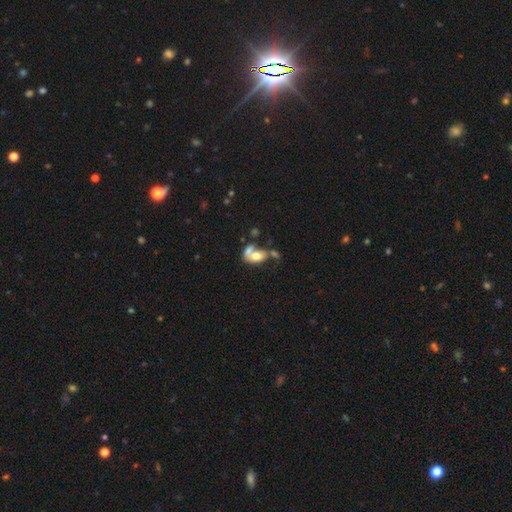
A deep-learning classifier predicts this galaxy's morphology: smooth_or_featured: smooth (p=0.61) [alt: featured or disk p=0.31]
how_rounded: in between (p=0.82) [alt: round p=0.16]
merging: merger (p=0.57) [alt: none p=0.19]